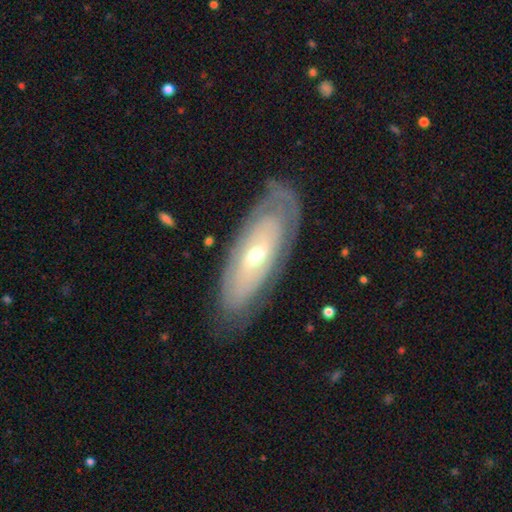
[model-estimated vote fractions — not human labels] This is likely a featured or disk galaxy (68%). It is clearly not viewed edge-on (82%). Bar: likely no (68%). Spiral arm pattern: possibly yes (53%). Central bulge: likely moderate (60%). Merging: likely none (75%).